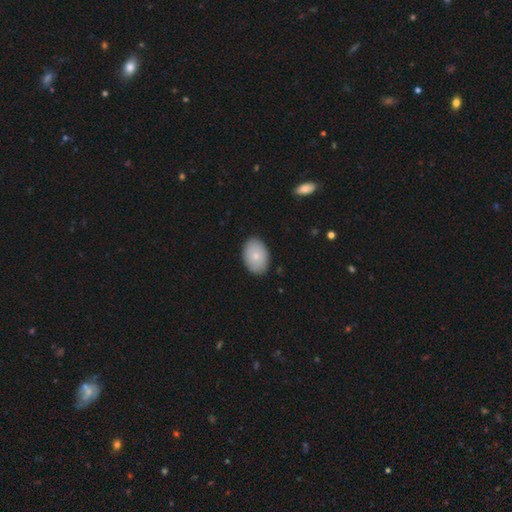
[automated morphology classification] smooth_or_featured: smooth (p=0.78) [alt: featured or disk p=0.15]
how_rounded: in between (p=0.87) [alt: round p=0.12]
merging: none (p=0.88) [alt: minor disturbance p=0.09]